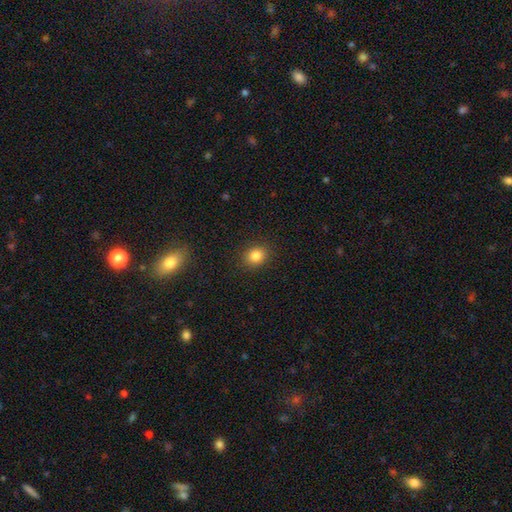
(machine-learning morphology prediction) This is clearly a smooth galaxy (84%). How rounded: likely round (63%). Merging: clearly none (89%).